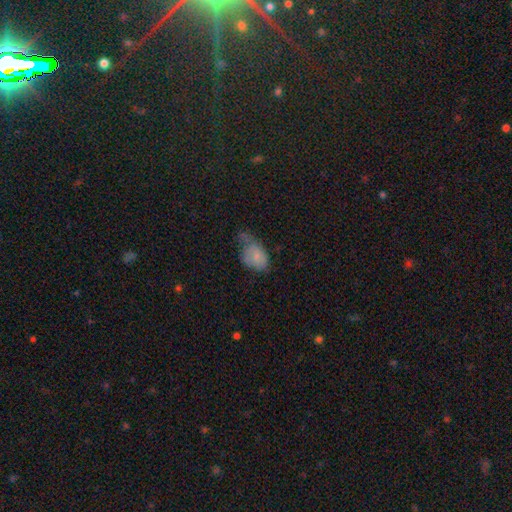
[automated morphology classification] Q: Smooth or featured?
A: smooth (68%); runner-up: featured or disk (24%)
Q: How rounded?
A: in between (82%); runner-up: round (16%)
Q: Merging?
A: minor disturbance (36%); tied with: major disturbance (36%)